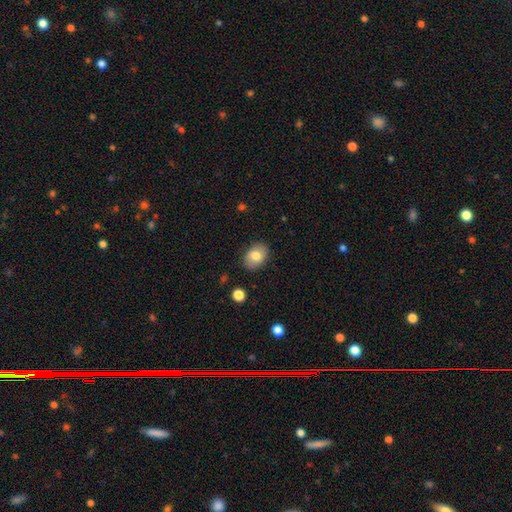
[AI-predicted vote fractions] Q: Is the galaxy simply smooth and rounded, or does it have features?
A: smooth — 76%.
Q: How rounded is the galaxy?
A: in between — 78%.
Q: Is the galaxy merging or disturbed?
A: none — 85%.